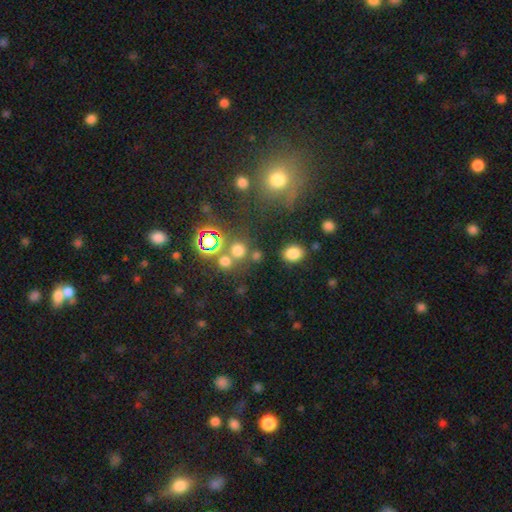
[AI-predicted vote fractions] smooth-or-featured: smooth: 65% | star or artifact: 27% | featured or disk: 7%
  how-rounded: round: 78% | in between: 20% | cigar-shaped: 1%
  merging: none: 71% | merger: 15% | minor disturbance: 9% | major disturbance: 5%